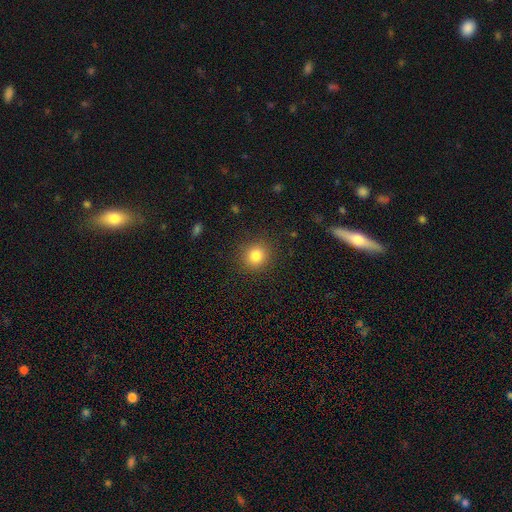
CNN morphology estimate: Smooth or featured? Predicted: smooth (p=0.83). How rounded? Predicted: round (p=0.86). Merging? Predicted: none (p=0.89).